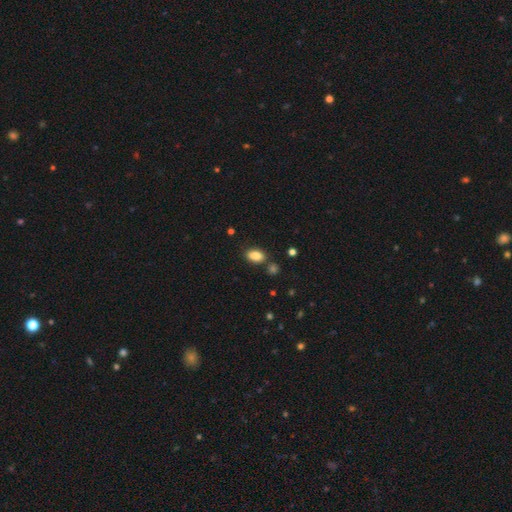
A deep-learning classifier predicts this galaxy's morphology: The model was most divided on "merging": none: 78%, minor disturbance: 11%, merger: 8%, major disturbance: 3%. More confident: how rounded — in between (89%); smooth or featured — smooth (84%).